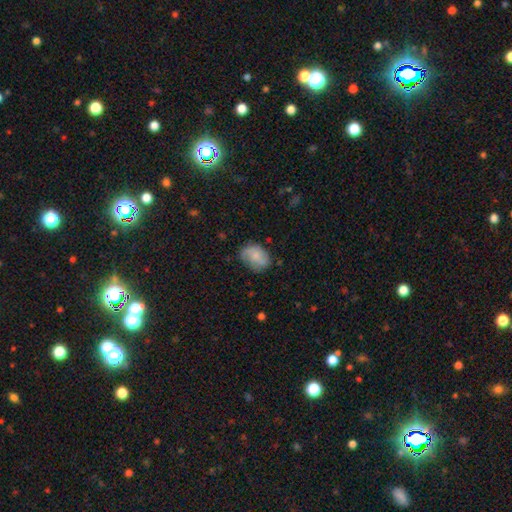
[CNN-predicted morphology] type=smooth (67%); roundness=in between (70%); merging=none (64%).